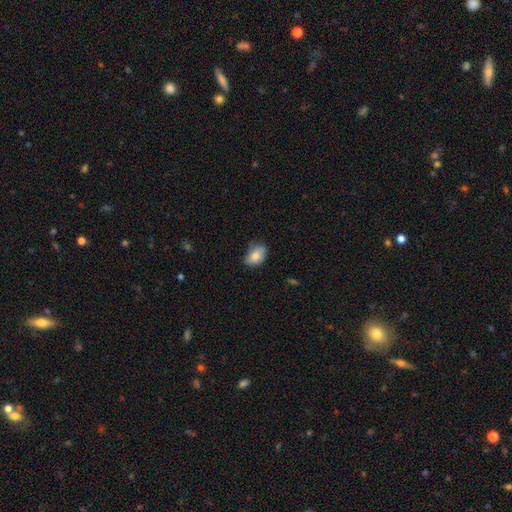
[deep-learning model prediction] This is likely a smooth galaxy (78%). How rounded: clearly in between (82%). Merging: possibly none (57%).